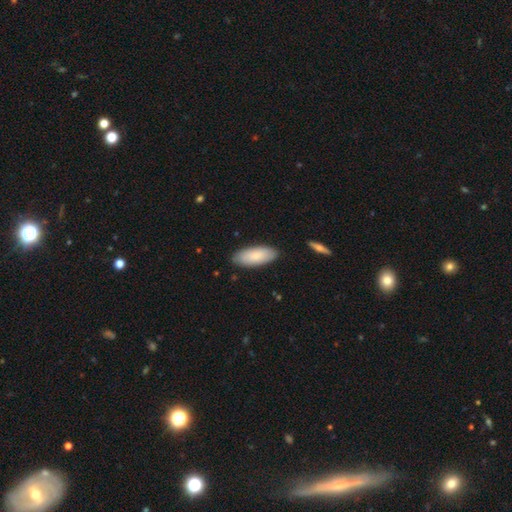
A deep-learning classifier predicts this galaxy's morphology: The model was most divided on "how rounded": in between: 81%, cigar-shaped: 17%, round: 1%. More confident: merging — none (87%); smooth or featured — smooth (85%).